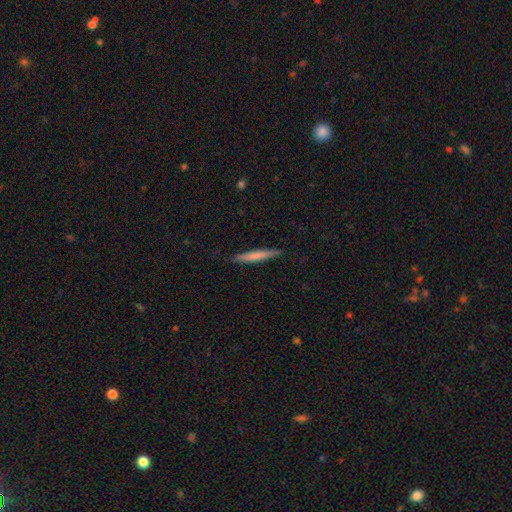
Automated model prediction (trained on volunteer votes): A smooth galaxy with no disk features (68%) that is cigar-shaped (95%). Merging: none (88%).